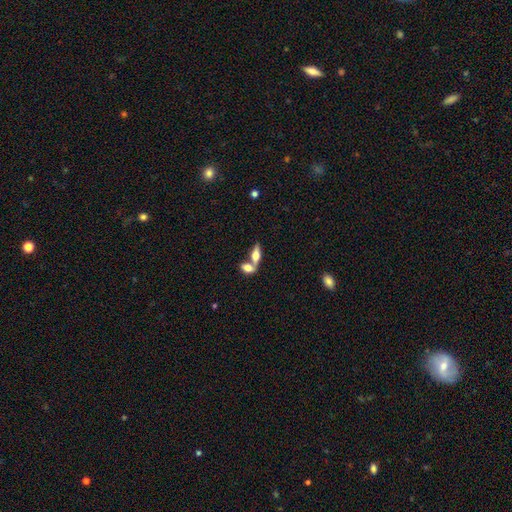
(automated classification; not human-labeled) A smooth galaxy with no disk features (56%) that is in between round and cigar-shaped (70%).

Vote fractions:
- Smooth or featured? smooth: 56% / featured or disk: 37% / star or artifact: 7%
- How rounded? in between: 70% / cigar-shaped: 24% / round: 5%
- Merging? merger: 50% / none: 40% / minor disturbance: 8% / major disturbance: 3%